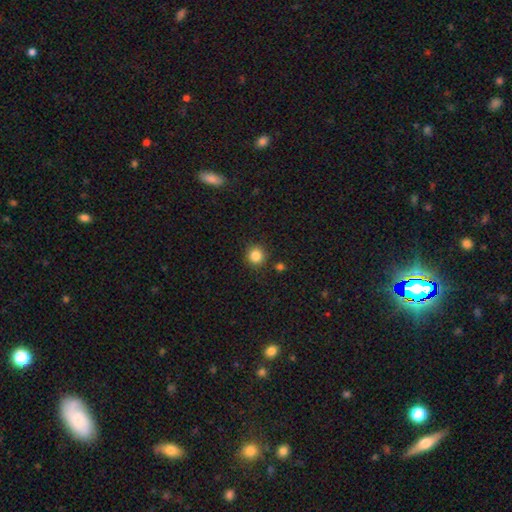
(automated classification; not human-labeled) smooth 85%, star or artifact 11%, featured or disk 4%. Down the decision tree: how rounded — round (94%); merging — none (89%).